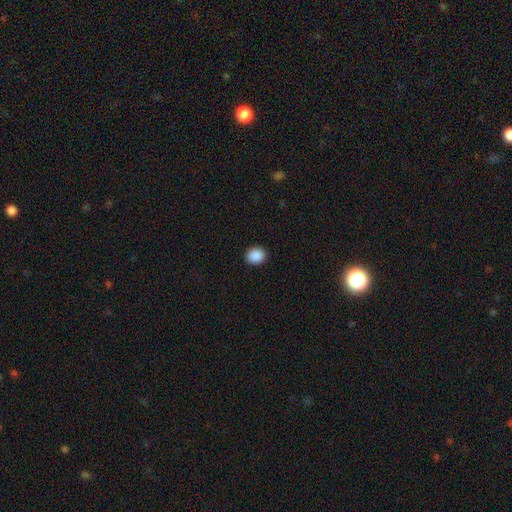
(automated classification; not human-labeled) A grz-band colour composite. It shows a smooth galaxy with no disk features (90%) that is round (65%). Merging: none (91%).